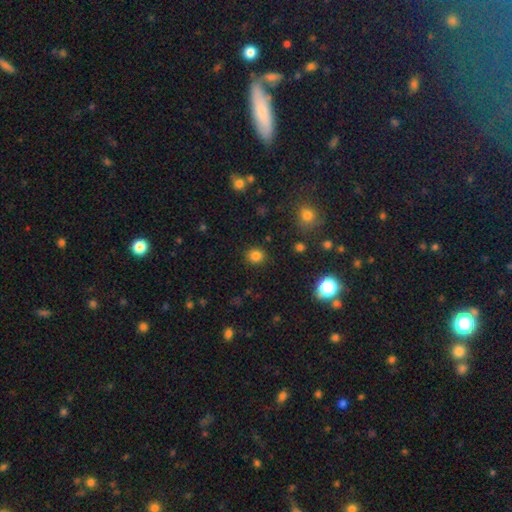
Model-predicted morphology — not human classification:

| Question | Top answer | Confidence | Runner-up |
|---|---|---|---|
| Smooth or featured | smooth | 81% | star or artifact (14%) |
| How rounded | round | 84% | in between (15%) |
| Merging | none | 88% | minor disturbance (7%) |